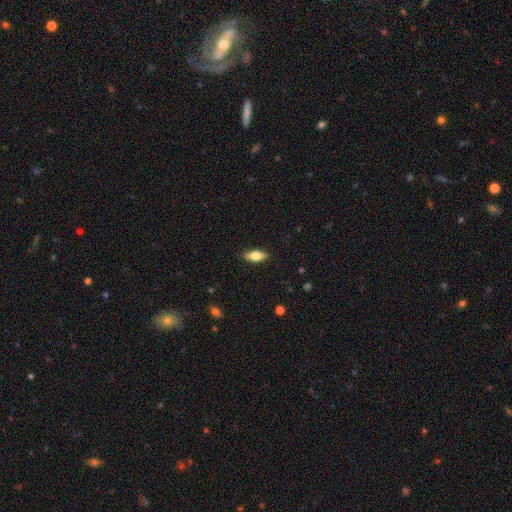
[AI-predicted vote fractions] Morphology: type=smooth (66%); roundness=in between (75%); merging=none (88%).